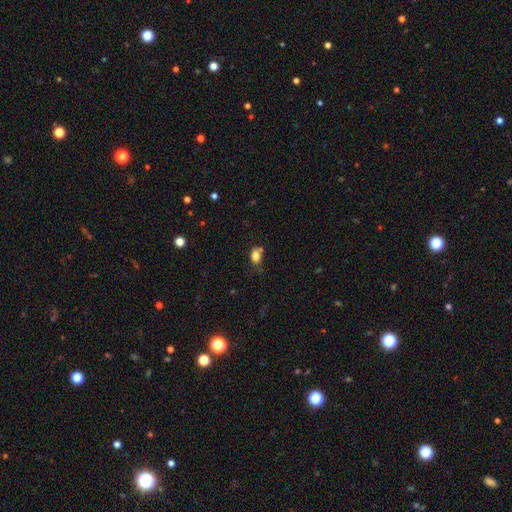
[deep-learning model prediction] smooth_or_featured: smooth (p=0.82) [alt: star or artifact p=0.11]
how_rounded: in between (p=0.71) [alt: round p=0.28]
merging: none (p=0.57) [alt: minor disturbance p=0.24]